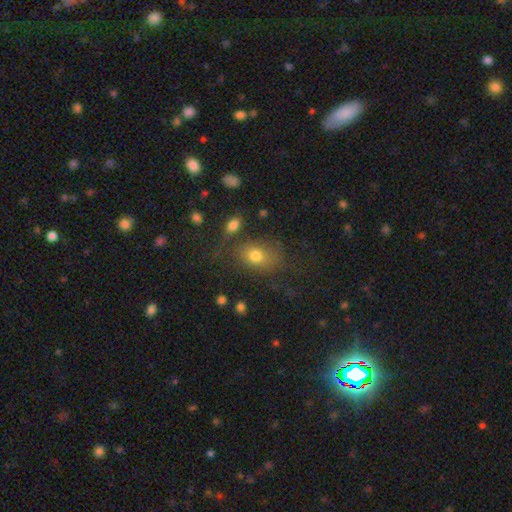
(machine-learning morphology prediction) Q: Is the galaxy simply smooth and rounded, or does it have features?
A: smooth — 74%.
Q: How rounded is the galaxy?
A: in between — 68%.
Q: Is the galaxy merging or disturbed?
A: none — 65%.